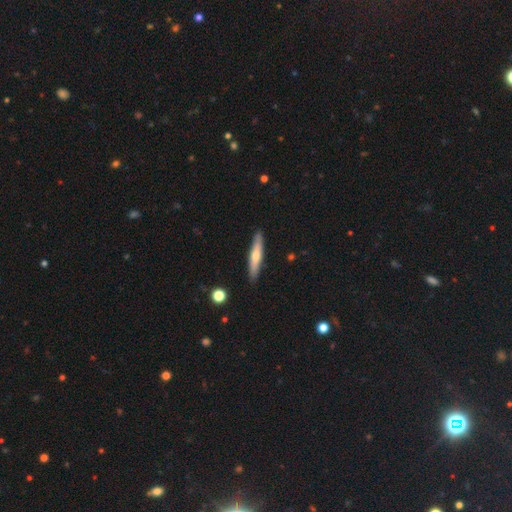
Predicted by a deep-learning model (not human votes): Smooth or featured? smooth (54%)
How rounded? cigar-shaped (90%)
Merging? none (90%)